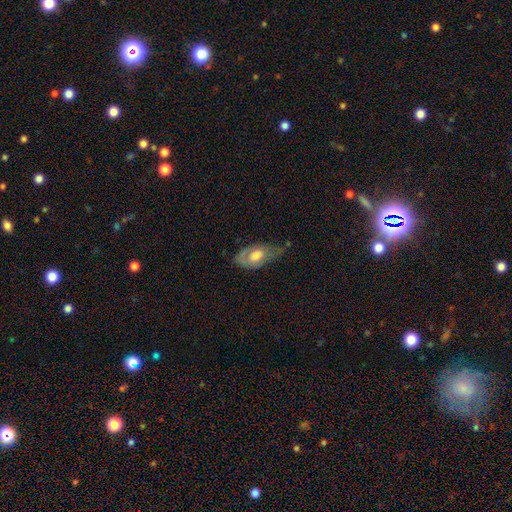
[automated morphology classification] The model was most divided on "merging": minor disturbance: 39%, none: 38%, major disturbance: 20%, merger: 3%. Remaining: smooth or featured — smooth (49%).